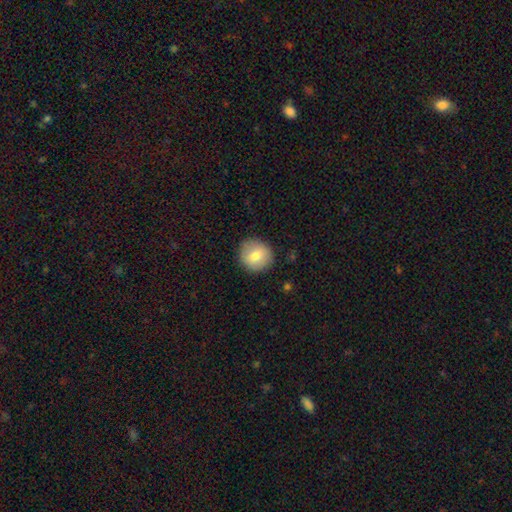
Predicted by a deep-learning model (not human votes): The model was most divided on "smooth or featured": smooth: 75%, featured or disk: 17%, star or artifact: 8%. More confident: how rounded — round (92%); merging — none (88%).